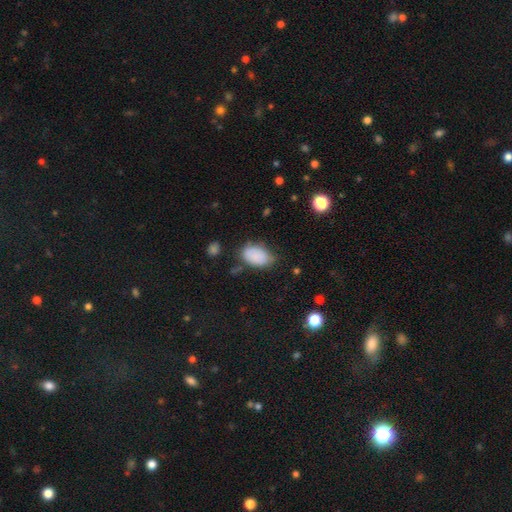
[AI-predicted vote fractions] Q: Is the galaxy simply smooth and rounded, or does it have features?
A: smooth — 86%.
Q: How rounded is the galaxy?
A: in between — 90%.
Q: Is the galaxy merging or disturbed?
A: none — 65%.